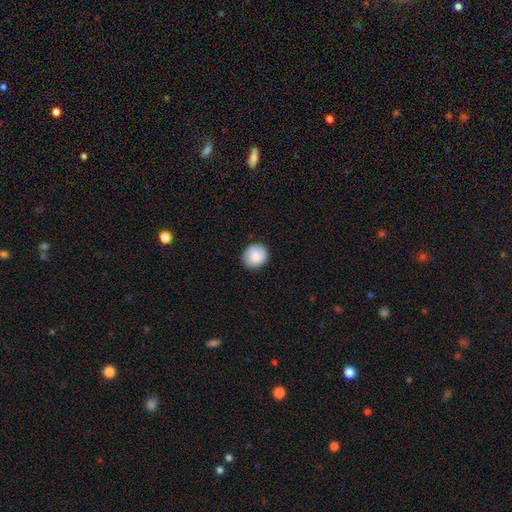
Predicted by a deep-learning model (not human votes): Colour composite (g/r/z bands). It shows a smooth galaxy with no disk features (86%) that is round (84%). Merging: none (88%).